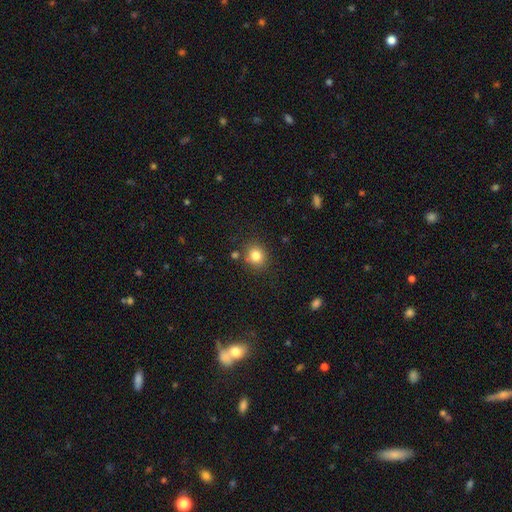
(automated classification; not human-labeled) A smooth galaxy with no disk features (83%) that is round (78%). Merging: none (81%).